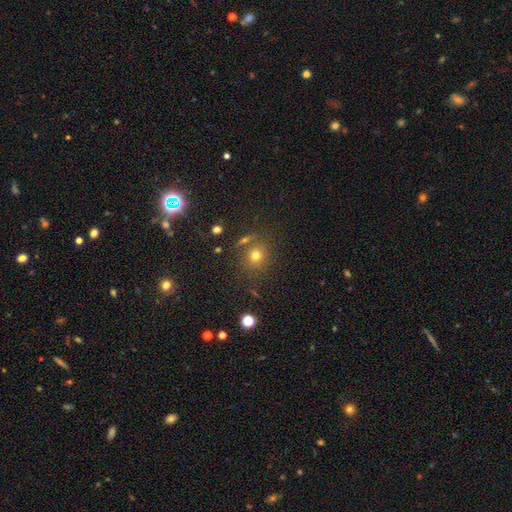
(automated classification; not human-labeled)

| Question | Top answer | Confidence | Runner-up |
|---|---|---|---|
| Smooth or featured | smooth | 72% | star or artifact (18%) |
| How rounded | round | 82% | in between (17%) |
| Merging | none | 73% | merger (11%) |